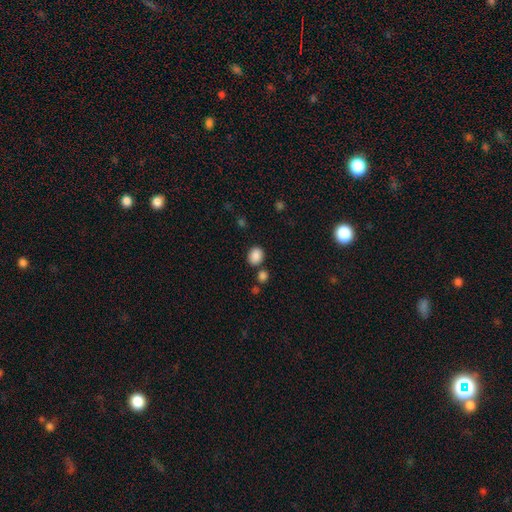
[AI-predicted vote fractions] A smooth galaxy with no disk features (87%) that is round (52%).

Vote fractions:
- Smooth or featured? smooth: 87% / star or artifact: 9% / featured or disk: 3%
- How rounded? round: 52% / in between: 47% / cigar-shaped: 1%
- Merging? none: 75% / minor disturbance: 11% / merger: 10% / major disturbance: 4%